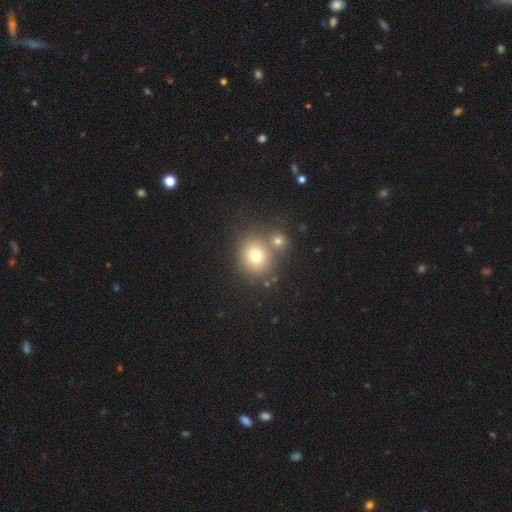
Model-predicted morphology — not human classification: type=smooth (75%); roundness=round (80%); merging=none (58%).